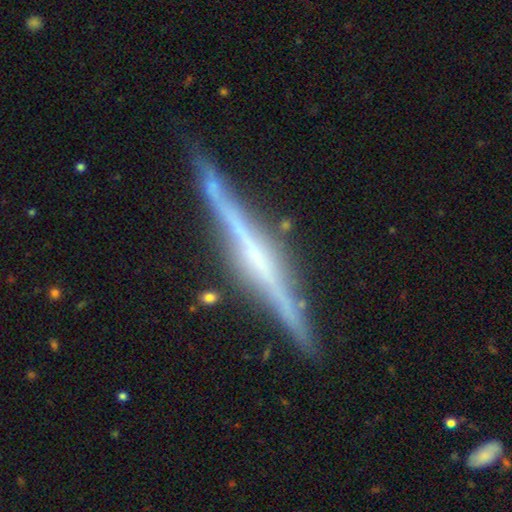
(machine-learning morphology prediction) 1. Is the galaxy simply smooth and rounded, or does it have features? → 84% featured or disk, 11% smooth, 6% star or artifact.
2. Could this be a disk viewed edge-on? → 98% yes, 2% no.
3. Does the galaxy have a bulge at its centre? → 41% rounded, 37% none, 22% boxy.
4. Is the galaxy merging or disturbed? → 87% none, 9% minor disturbance, 2% major disturbance, 2% merger.